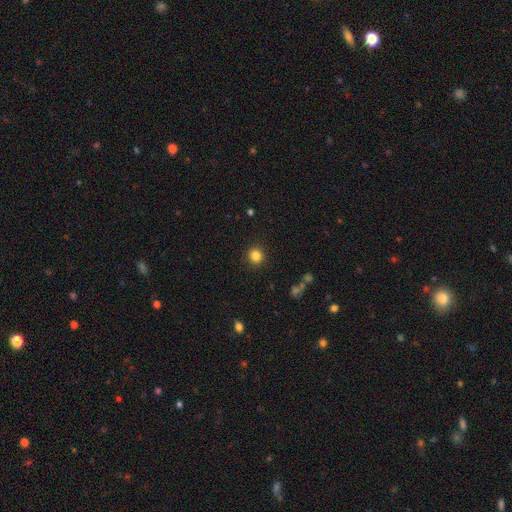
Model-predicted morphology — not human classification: Smooth or featured?
  - smooth: 84% *
  - star or artifact: 12%
  - featured or disk: 5%
How rounded?
  - round: 88% *
  - in between: 11%
  - cigar-shaped: 1%
Merging?
  - none: 90% *
  - minor disturbance: 6%
  - major disturbance: 2%
  - merger: 1%